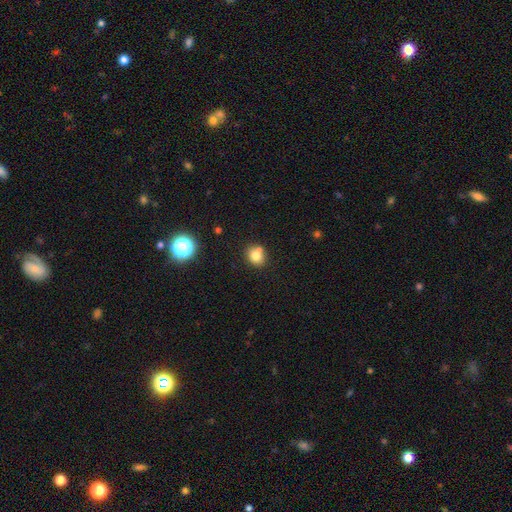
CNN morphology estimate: smooth-or-featured: smooth: 76% | star or artifact: 13% | featured or disk: 11%
  how-rounded: round: 67% | in between: 32% | cigar-shaped: 1%
  merging: none: 62% | merger: 24% | minor disturbance: 11% | major disturbance: 3%